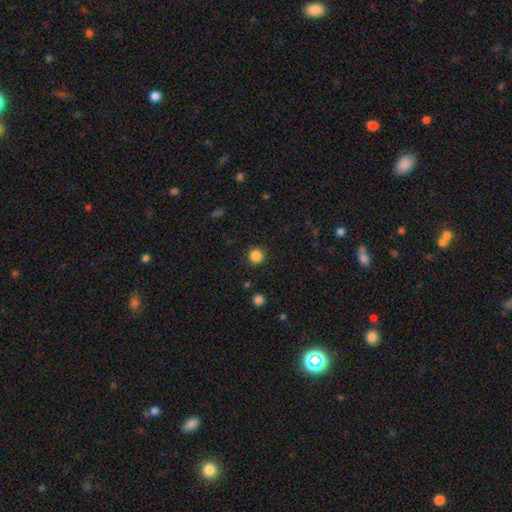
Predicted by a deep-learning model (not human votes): A smooth galaxy with no disk features (85%) that is round (95%). Merging: none (91%).